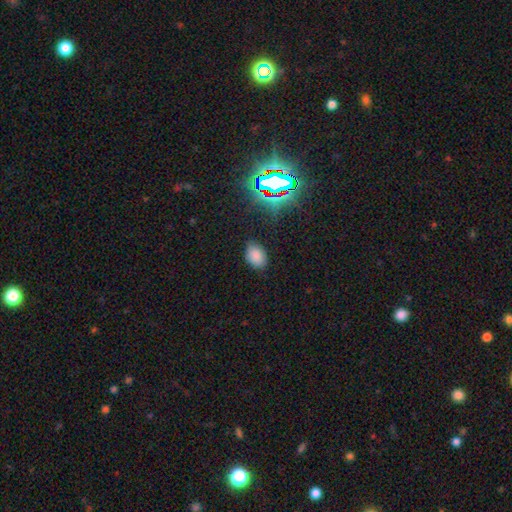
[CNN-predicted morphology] This appears to be a smooth galaxy with no disk features (79%) that is in between round and cigar-shaped (81%). Merging: none (80%).